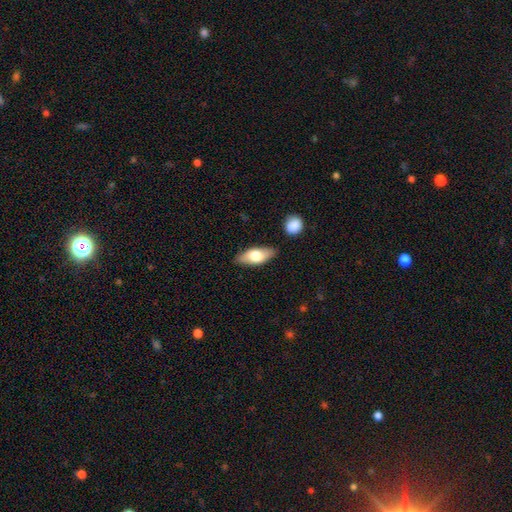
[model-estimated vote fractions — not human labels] Smooth or featured: smooth — 67% (featured or disk — 27%)
How rounded: in between — 79% (cigar-shaped — 18%)
Merging: none — 83% (minor disturbance — 11%)